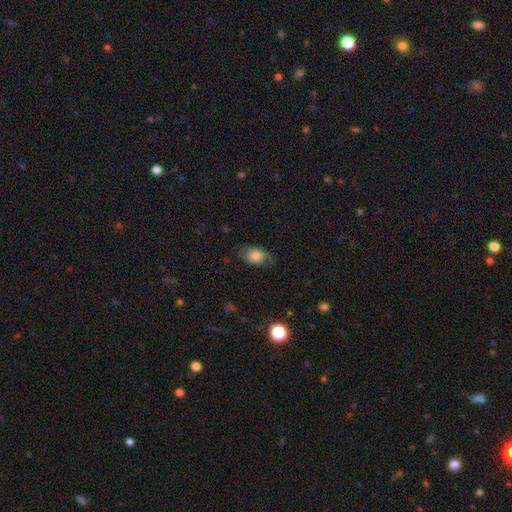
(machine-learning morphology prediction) Smooth or featured? smooth (74%)
How rounded? in between (84%)
Merging? none (65%)